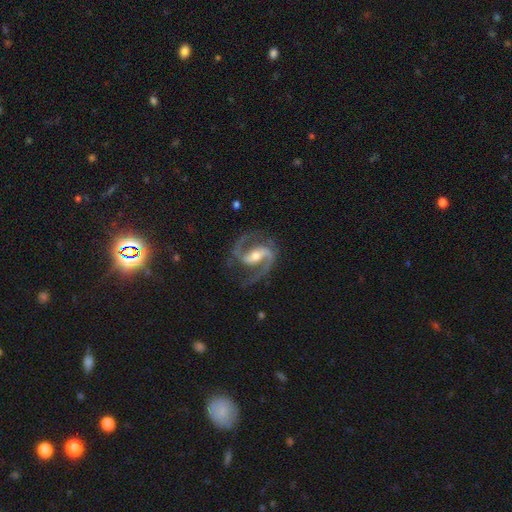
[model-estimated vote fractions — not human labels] The model was most divided on "bar": strong: 49%, weak: 35%, no: 16%. More confident: spiral arms — yes (98%); edge-on disk — no (98%); spiral arm count — 2 (94%); smooth or featured — featured or disk (93%); merging — none (80%); spiral winding — medium (66%); bulge size — moderate (54%).